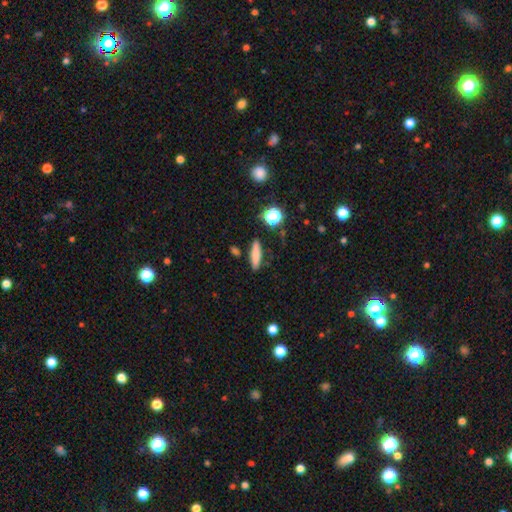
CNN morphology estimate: A smooth galaxy with no disk features (78%) that is cigar-shaped (74%).

Vote fractions:
- Smooth or featured? smooth: 78% / featured or disk: 12% / star or artifact: 10%
- How rounded? cigar-shaped: 74% / in between: 22% / round: 4%
- Merging? none: 86% / minor disturbance: 9% / merger: 3% / major disturbance: 2%